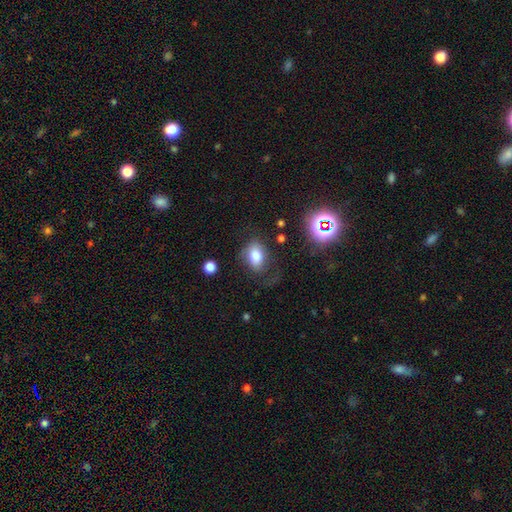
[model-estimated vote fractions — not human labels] smooth-or-featured: smooth: 73% | featured or disk: 16% | star or artifact: 11%
  how-rounded: in between: 76% | round: 23% | cigar-shaped: 1%
  merging: none: 55% | minor disturbance: 22% | major disturbance: 20% | merger: 3%